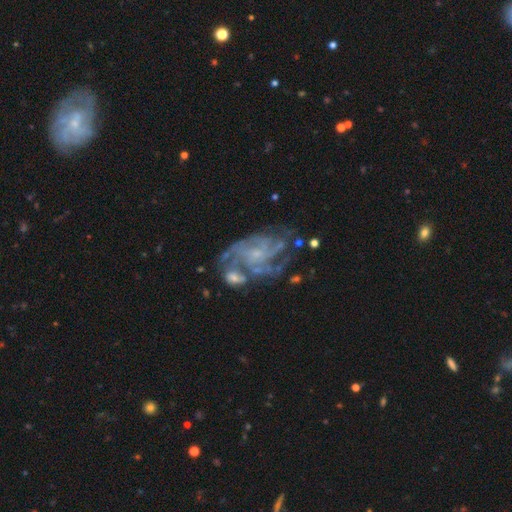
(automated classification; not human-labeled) The model was most divided on "spiral arm count": 3: 26%, can't tell: 23%, 4: 20%, 2: 15%, more than 4: 8%, 1: 7%. Remaining: edge-on disk — no (97%); spiral arms — yes (96%); smooth or featured — featured or disk (86%); bulge size — small (70%); bar — no (59%); merging — none (52%); spiral winding — tight (49%).